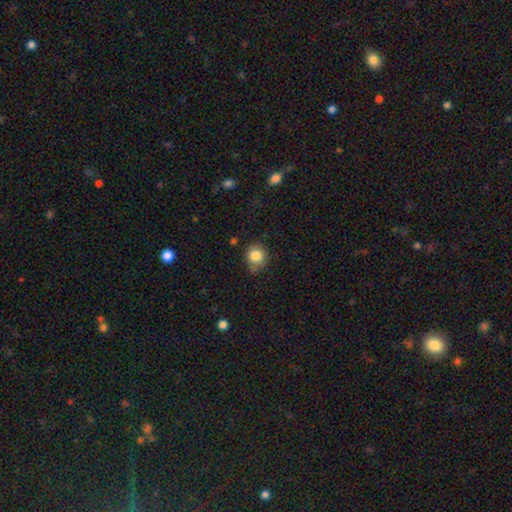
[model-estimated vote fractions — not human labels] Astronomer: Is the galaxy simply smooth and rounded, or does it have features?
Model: smooth — 82%.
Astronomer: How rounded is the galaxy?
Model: round — 78%.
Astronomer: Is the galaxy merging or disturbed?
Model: none — 66%.